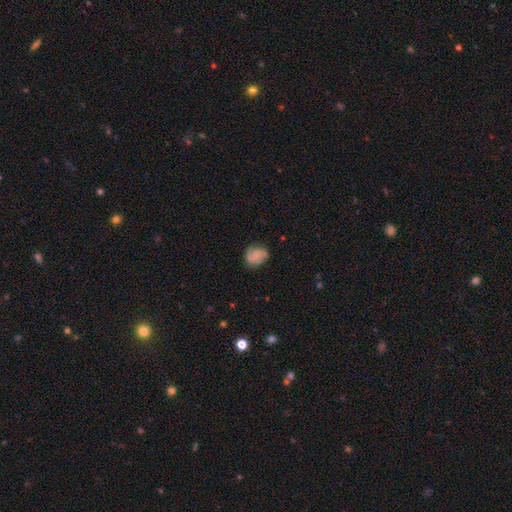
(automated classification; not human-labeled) A featured or disk galaxy (47%). Merging: none (72%).